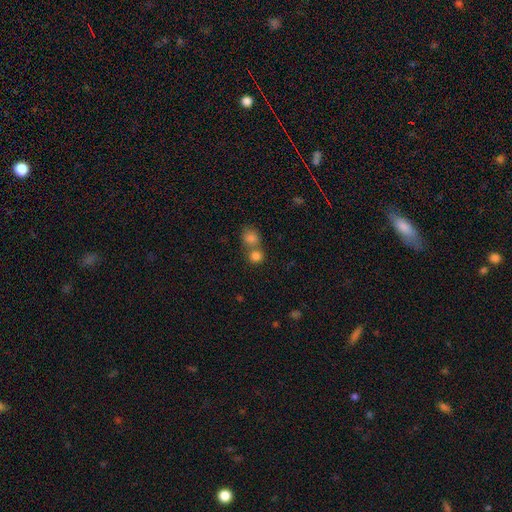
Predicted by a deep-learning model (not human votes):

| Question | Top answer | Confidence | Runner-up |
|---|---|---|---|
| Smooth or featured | smooth | 82% | star or artifact (12%) |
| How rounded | round | 84% | in between (15%) |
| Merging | none | 47% | merger (44%) |